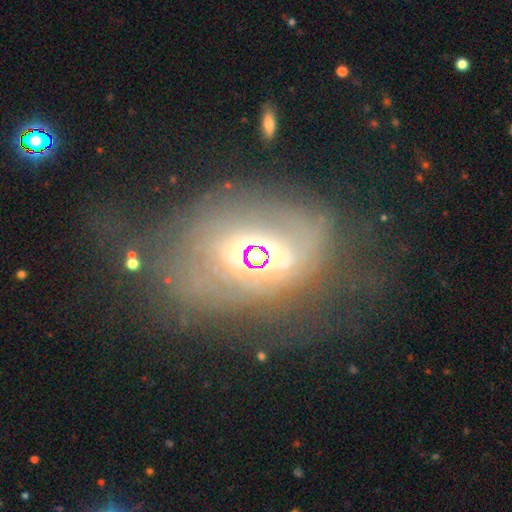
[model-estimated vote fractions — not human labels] featured or disk 61%, smooth 20%, star or artifact 19%. Down the decision tree: edge-on disk — no (91%); bar — no (71%); spiral arms — yes (58%); bulge size — moderate (45%); merging — none (66%).